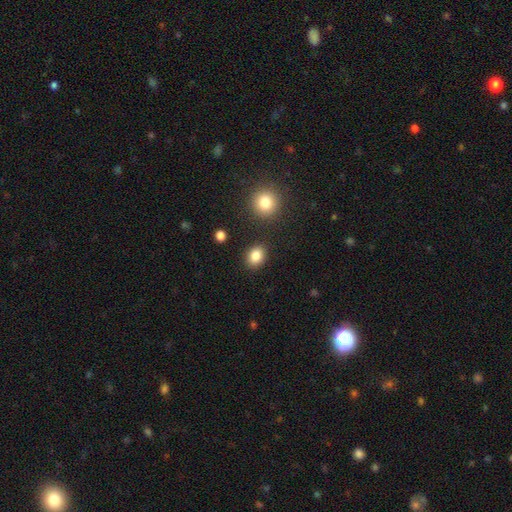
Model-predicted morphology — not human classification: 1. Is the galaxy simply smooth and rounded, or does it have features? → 84% smooth, 10% star or artifact, 6% featured or disk.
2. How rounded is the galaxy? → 51% round, 48% in between, 1% cigar-shaped.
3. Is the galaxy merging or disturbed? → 86% none, 8% minor disturbance, 3% merger, 3% major disturbance.